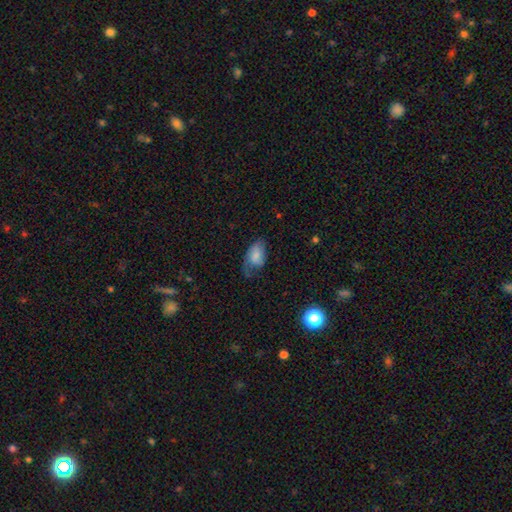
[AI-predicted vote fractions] Morphology: type=smooth (65%); roundness=in between (91%); merging=none (37%).